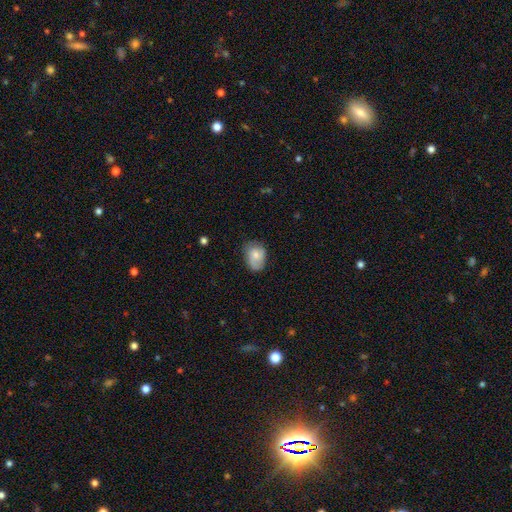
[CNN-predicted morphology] Smooth or featured? smooth (68%)
How rounded? in between (73%)
Merging? none (58%)